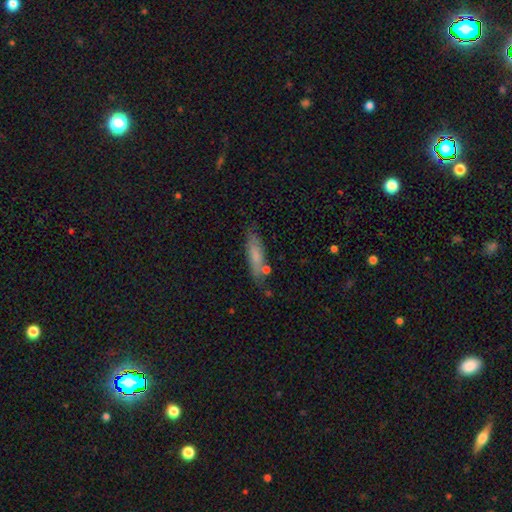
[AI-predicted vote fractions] This appears to be a smooth galaxy with no disk features (75%) that is cigar-shaped (63%). Merging: none (72%).